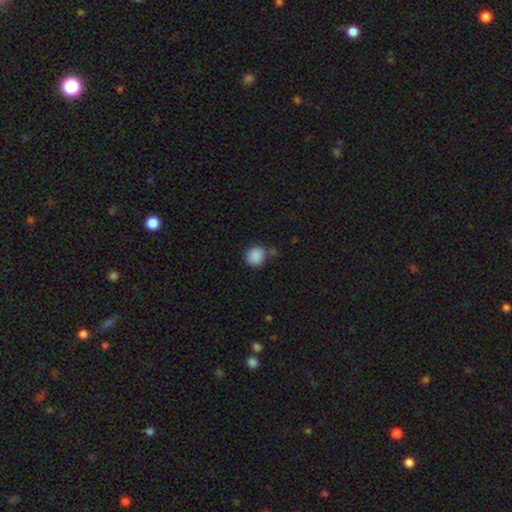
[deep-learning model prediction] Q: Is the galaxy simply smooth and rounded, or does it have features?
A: smooth — 88%.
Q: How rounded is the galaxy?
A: round — 84%.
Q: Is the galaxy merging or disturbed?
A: none — 72%.